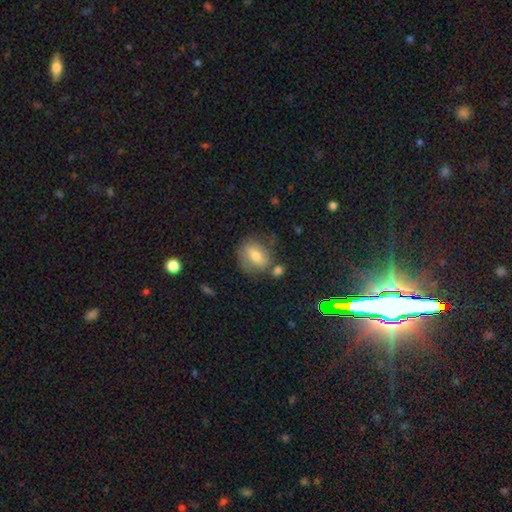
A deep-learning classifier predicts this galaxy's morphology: Overall: smooth (62%; featured or disk 26%). How rounded: in between (52%; round 46%). Merging: none (61%).